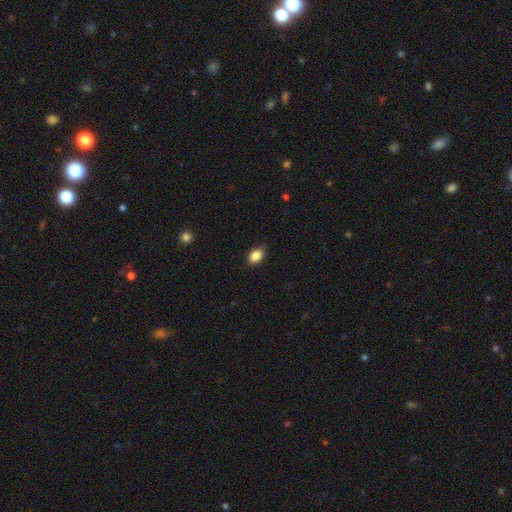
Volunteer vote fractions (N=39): Overall: smooth (87%). How rounded: in between (94%). Merging: none (80%).